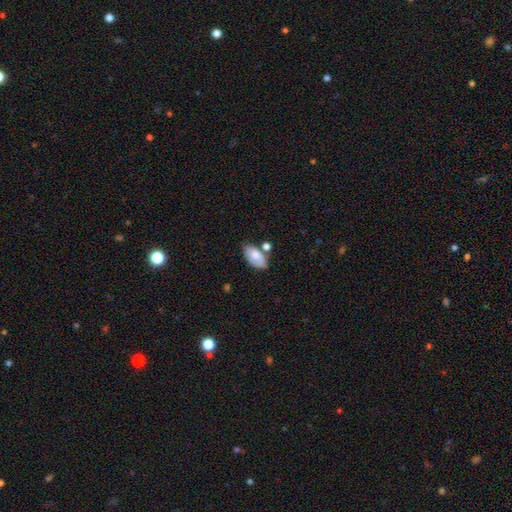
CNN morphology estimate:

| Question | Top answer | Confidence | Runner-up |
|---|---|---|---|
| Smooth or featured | smooth | 73% | featured or disk (19%) |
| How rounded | in between | 94% | round (4%) |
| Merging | none | 55% | minor disturbance (23%) |